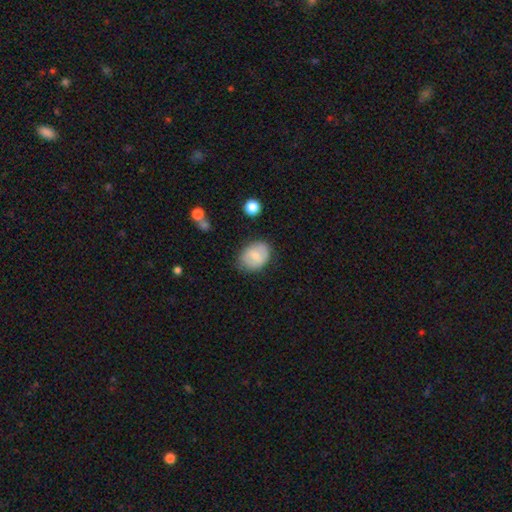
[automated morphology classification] This is likely a smooth galaxy (67%). How rounded: likely in between (61%). Merging: likely none (74%).